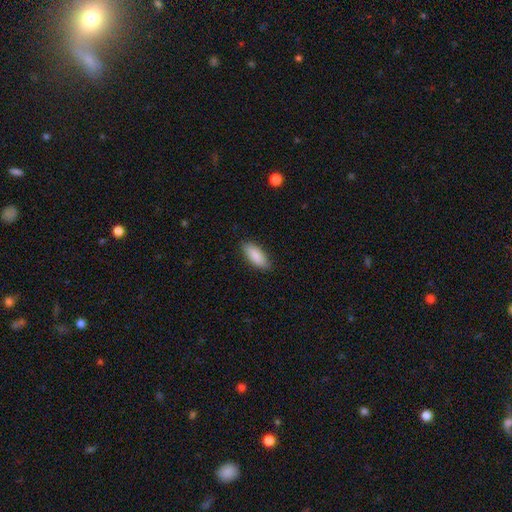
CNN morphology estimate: smooth_or_featured: smooth (p=0.89) [alt: featured or disk p=0.06]
how_rounded: in between (p=0.81) [alt: cigar-shaped p=0.18]
merging: none (p=0.86) [alt: minor disturbance p=0.11]